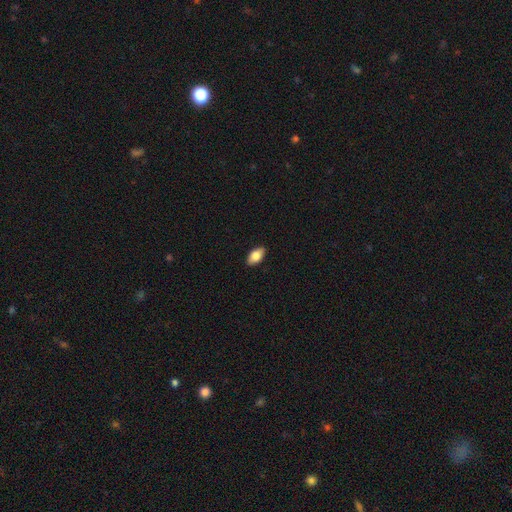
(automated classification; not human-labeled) A smooth galaxy with no disk features (81%) that is in between round and cigar-shaped (92%). Merging: none (88%).